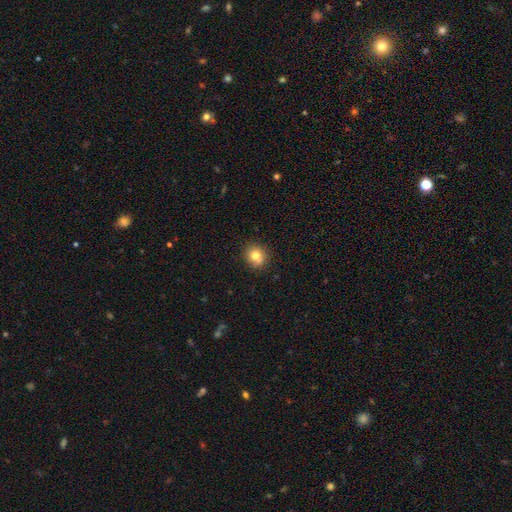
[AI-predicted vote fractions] smooth 77%, star or artifact 12%, featured or disk 11%. Down the decision tree: how rounded — round (86%); merging — none (75%).